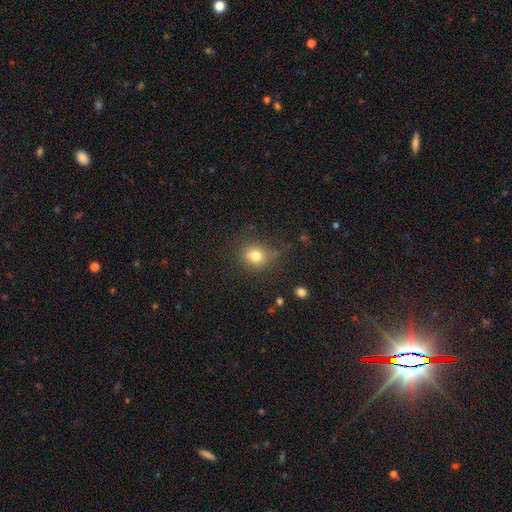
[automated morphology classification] A smooth galaxy with no disk features (79%) that is round (72%).

Vote fractions:
- Smooth or featured? smooth: 79% / star or artifact: 13% / featured or disk: 9%
- How rounded? round: 72% / in between: 27% / cigar-shaped: 1%
- Merging? none: 74% / minor disturbance: 18% / major disturbance: 6% / merger: 2%